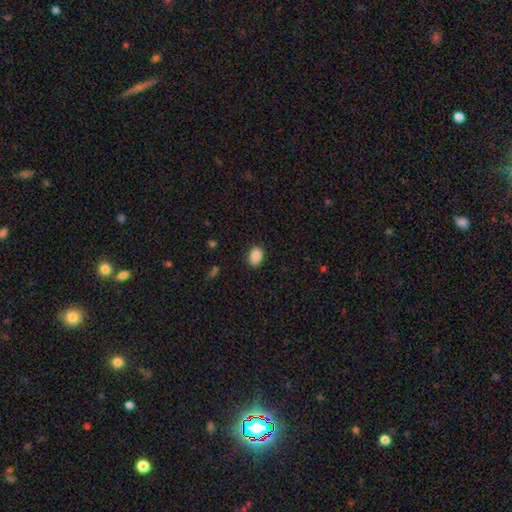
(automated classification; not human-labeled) Smooth or featured? Predicted: smooth (p=0.89). How rounded? Predicted: in between (p=0.82). Merging? Predicted: none (p=0.84).